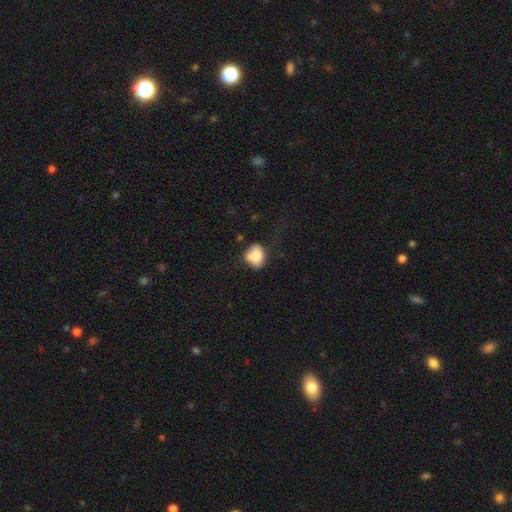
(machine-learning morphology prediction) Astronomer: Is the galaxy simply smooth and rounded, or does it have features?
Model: smooth — 72%.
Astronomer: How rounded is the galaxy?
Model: in between — 58% (runner-up: round, 40%).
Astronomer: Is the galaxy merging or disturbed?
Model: none — 36% (runner-up: minor disturbance, 27%).